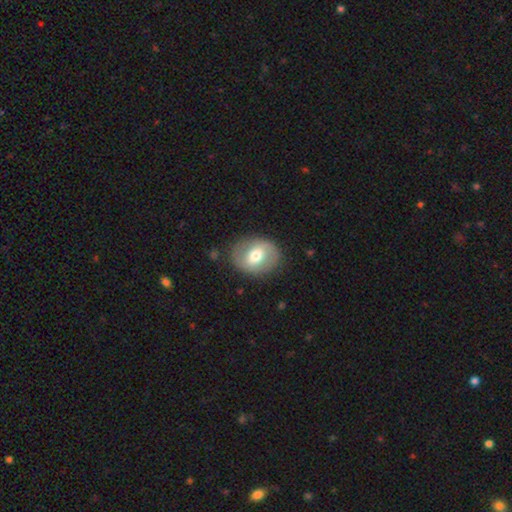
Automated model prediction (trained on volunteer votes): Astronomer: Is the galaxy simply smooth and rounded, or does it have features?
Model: smooth — 51% (runner-up: featured or disk, 42%).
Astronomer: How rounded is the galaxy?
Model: round — 51% (runner-up: in between, 48%).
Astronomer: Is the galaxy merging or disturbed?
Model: none — 82%.